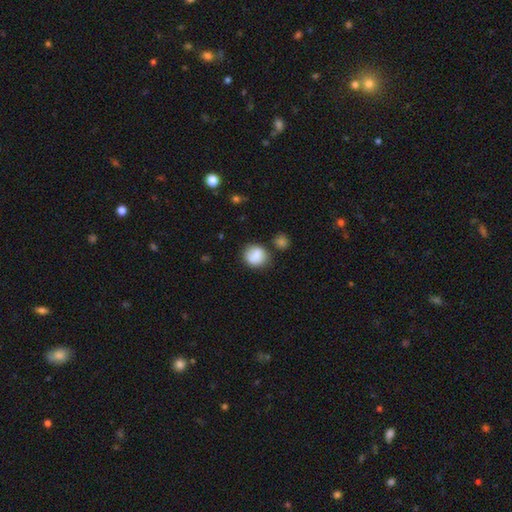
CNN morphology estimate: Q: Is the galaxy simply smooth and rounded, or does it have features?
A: smooth — 82%.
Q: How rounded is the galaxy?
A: round — 80%.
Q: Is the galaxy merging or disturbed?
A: none — 68%.